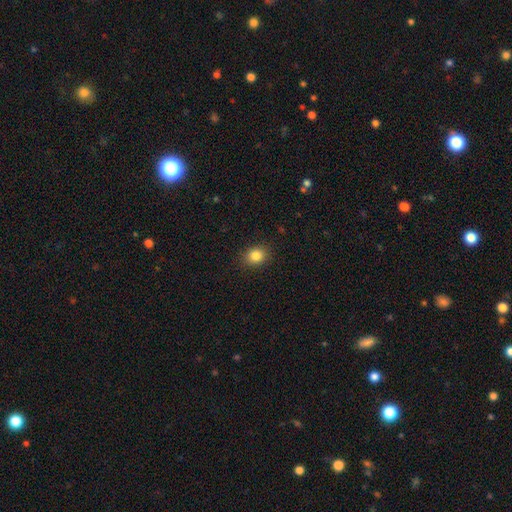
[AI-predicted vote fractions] Q: Smooth or featured?
A: smooth (85%); runner-up: star or artifact (10%)
Q: How rounded?
A: round (57%); runner-up: in between (42%)
Q: Merging?
A: none (87%); runner-up: minor disturbance (9%)